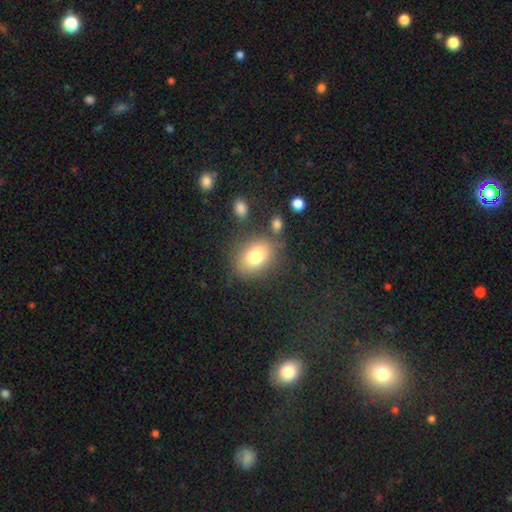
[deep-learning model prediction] smooth_or_featured: smooth (p=0.78) [alt: featured or disk p=0.12]
how_rounded: in between (p=0.56) [alt: round p=0.43]
merging: none (p=0.76) [alt: minor disturbance p=0.13]